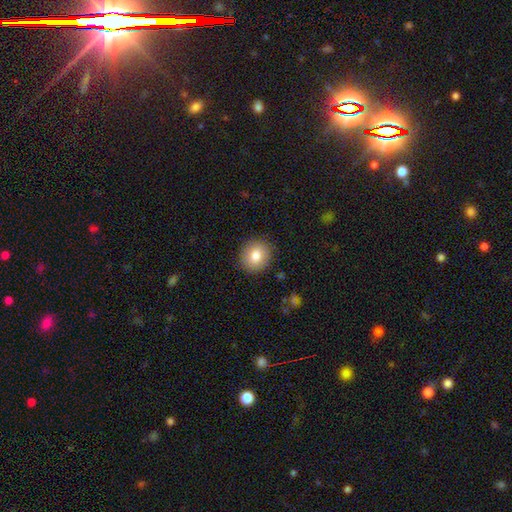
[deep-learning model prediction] smooth-or-featured: smooth: 82% | featured or disk: 9% | star or artifact: 8%
  how-rounded: round: 81% | in between: 19% | cigar-shaped: 1%
  merging: none: 90% | minor disturbance: 7% | major disturbance: 2% | merger: 1%